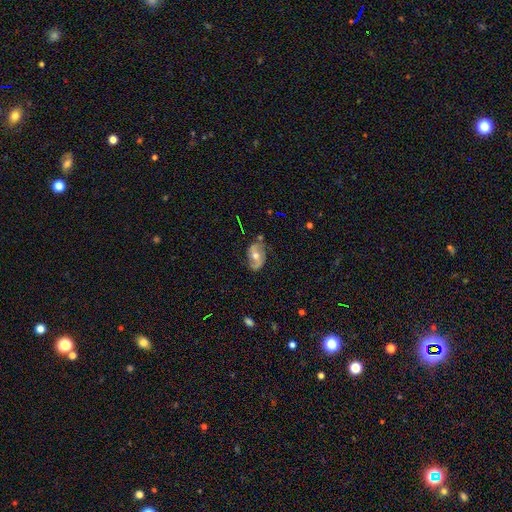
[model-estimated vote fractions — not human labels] A featured or disk galaxy (65%) with no bar (53%), spiral arms (76%) and a moderate central bulge (74%).

Vote fractions:
- Smooth or featured? featured or disk: 65% / smooth: 27% / star or artifact: 8%
- Edge-on disk? no: 94% / yes: 6%
- Bar? no: 53% / weak: 34% / strong: 13%
- Spiral arms? yes: 76% / no: 24%
- Bulge size? moderate: 74% / small: 17% / large: 7% / none: 1% / dominant: 1%
- Merging? none: 65% / minor disturbance: 23% / major disturbance: 8% / merger: 4%